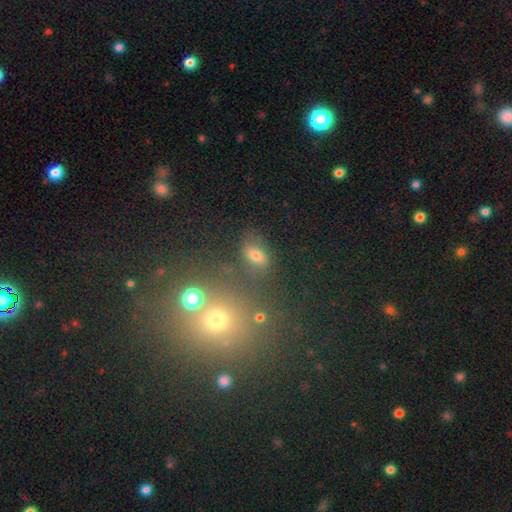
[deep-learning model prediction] Morphology: type=smooth (63%); roundness=in between (78%); merging=none (67%).